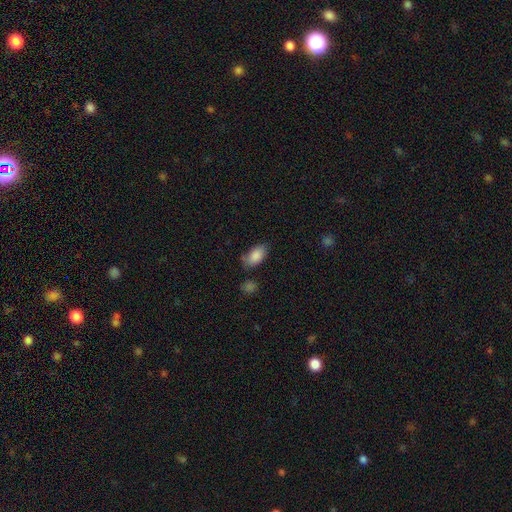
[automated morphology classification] type=smooth (87%); roundness=in between (93%); merging=none (67%).